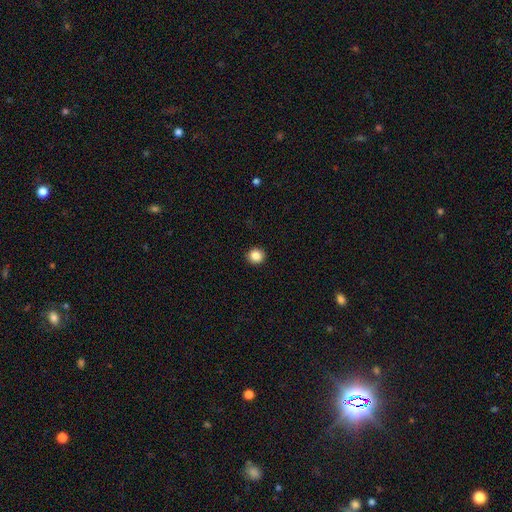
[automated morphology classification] This is clearly a smooth galaxy (87%). How rounded: clearly round (92%). Merging: clearly none (93%).